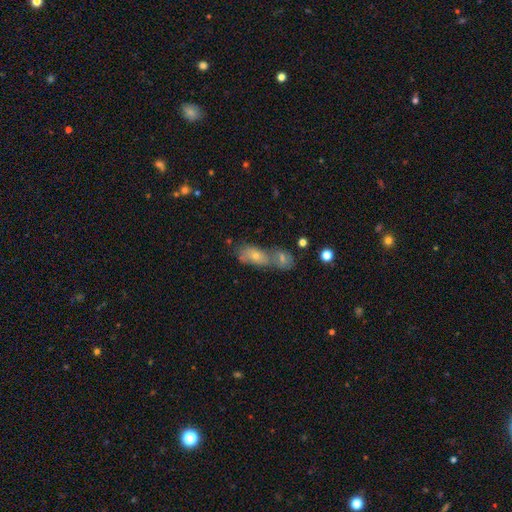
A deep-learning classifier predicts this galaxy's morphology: The model was most divided on "smooth or featured": smooth: 46%, featured or disk: 39%, star or artifact: 15%. More confident: merging — merger (56%).